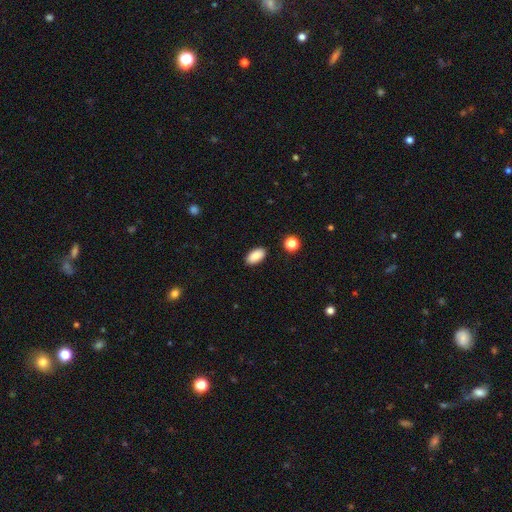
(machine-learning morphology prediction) Smooth or featured? Predicted: smooth (p=0.88). How rounded? Predicted: in between (p=0.94). Merging? Predicted: none (p=0.89).